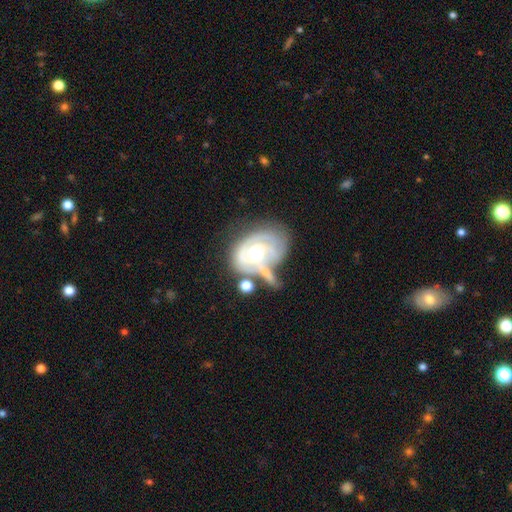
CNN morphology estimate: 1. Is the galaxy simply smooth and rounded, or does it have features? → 80% featured or disk, 14% smooth, 6% star or artifact.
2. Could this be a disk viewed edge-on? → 96% no, 4% yes.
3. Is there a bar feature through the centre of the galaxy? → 67% no, 24% weak, 8% strong.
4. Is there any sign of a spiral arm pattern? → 79% yes, 21% no.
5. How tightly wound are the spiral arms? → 61% tight, 27% medium, 12% loose.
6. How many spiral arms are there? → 36% can't tell, 30% 2, 15% 1, 12% 3, 3% 4, 3% more than 4.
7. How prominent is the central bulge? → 72% moderate, 14% large, 11% small, 1% none, 1% dominant.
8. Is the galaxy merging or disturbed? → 27% major disturbance (tied), 27% none (tied), 26% merger, 20% minor disturbance.